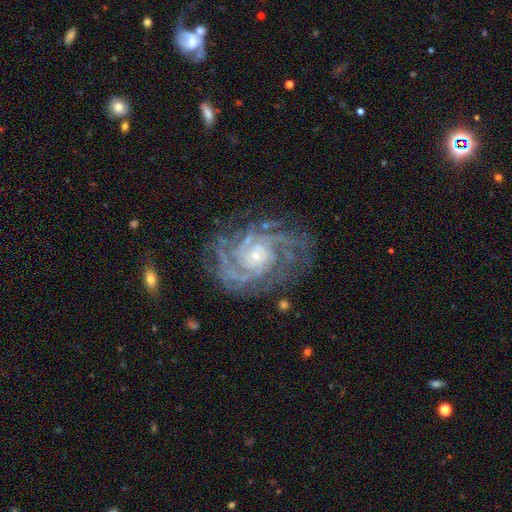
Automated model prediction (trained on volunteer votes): This is clearly a featured or disk galaxy (90%). It is clearly not viewed edge-on (97%). Bar: likely no (73%). Spiral arm pattern: clearly yes (98%). Spiral arm count: marginally can't tell (21%, tied with 4). Spiral winding: likely tight (70%). Central bulge: likely small (79%). Merging: likely none (75%).